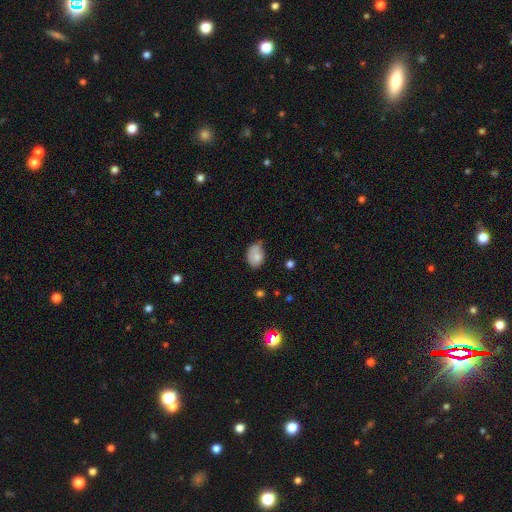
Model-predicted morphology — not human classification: Smooth or featured? Predicted: smooth (p=0.76). How rounded? Predicted: in between (p=0.80). Merging? Predicted: none (p=0.42, tied with minor disturbance).